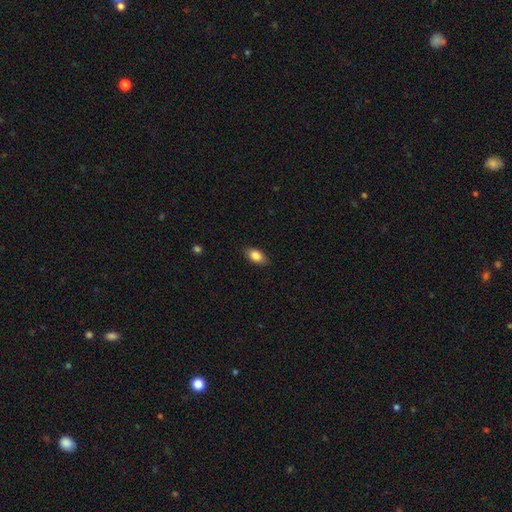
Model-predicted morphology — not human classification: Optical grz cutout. It shows a smooth galaxy with no disk features (84%) that is in between round and cigar-shaped (89%). Merging: none (85%).